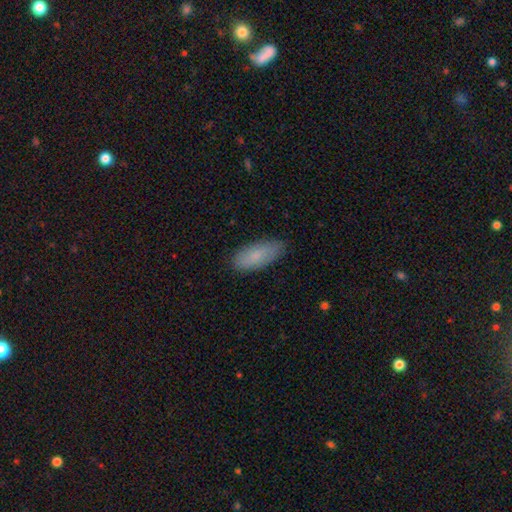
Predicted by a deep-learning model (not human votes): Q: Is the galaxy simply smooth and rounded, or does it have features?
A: smooth — 84%.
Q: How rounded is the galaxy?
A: in between — 82%.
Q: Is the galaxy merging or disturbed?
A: none — 83%.